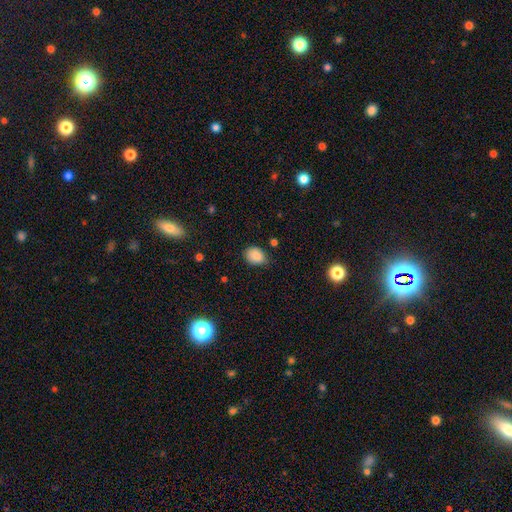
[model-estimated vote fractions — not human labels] smooth 86%, star or artifact 9%, featured or disk 5%. Down the decision tree: how rounded — in between (61%); merging — none (70%).